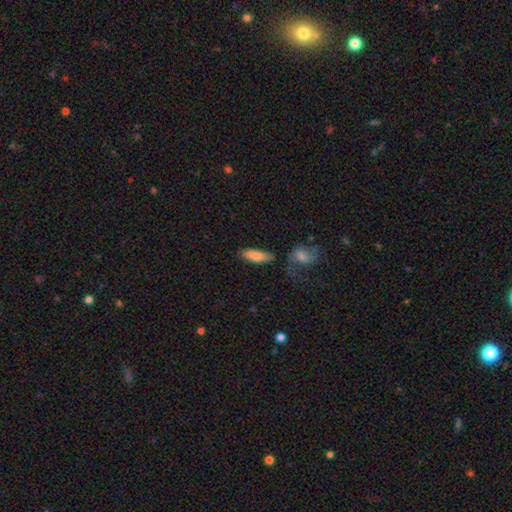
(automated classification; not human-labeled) Smooth or featured: smooth — 80% (featured or disk — 13%)
How rounded: in between — 68% (cigar-shaped — 29%)
Merging: none — 63% (minor disturbance — 17%)